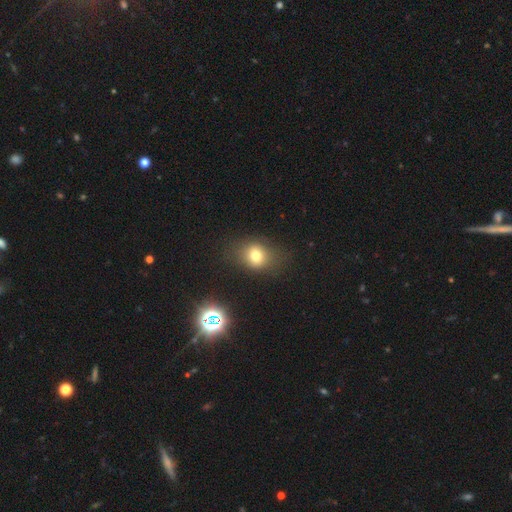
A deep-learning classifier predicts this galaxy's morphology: This appears to be a smooth galaxy with no disk features (73%) that is round (56%). Merging: none (74%).